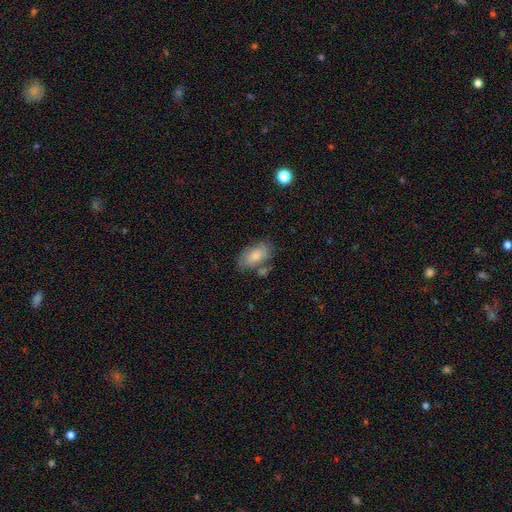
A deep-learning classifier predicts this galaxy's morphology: This appears to be a smooth galaxy with no disk features (72%) that is in between round and cigar-shaped (92%). Merging: none (57%).